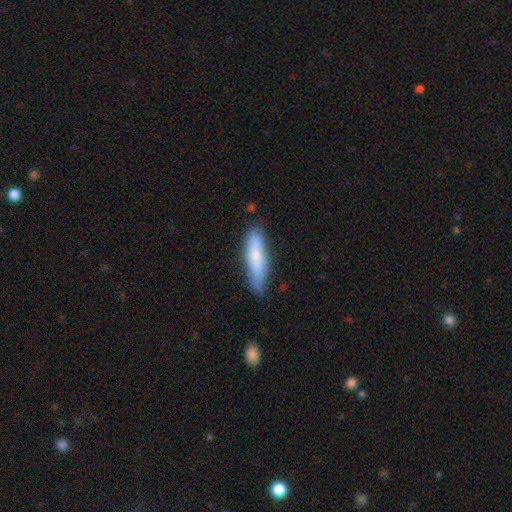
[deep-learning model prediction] Smooth or featured? Predicted: smooth (p=0.72). How rounded? Predicted: cigar-shaped (p=0.76). Merging? Predicted: none (p=0.75).